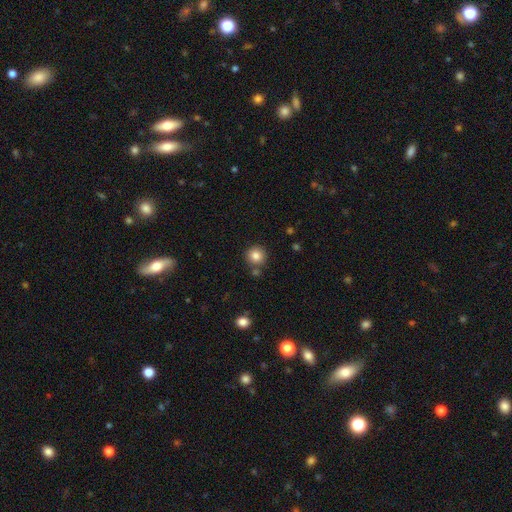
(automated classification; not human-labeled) Morphology: type=smooth (84%); roundness=round (93%); merging=none (82%).